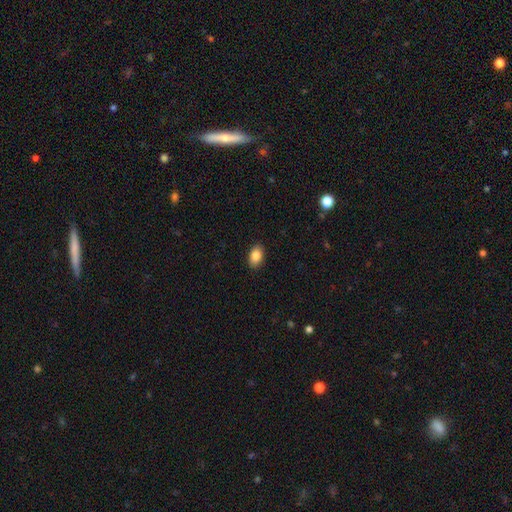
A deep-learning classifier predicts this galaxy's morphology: type=smooth (87%); roundness=in between (90%); merging=none (89%).